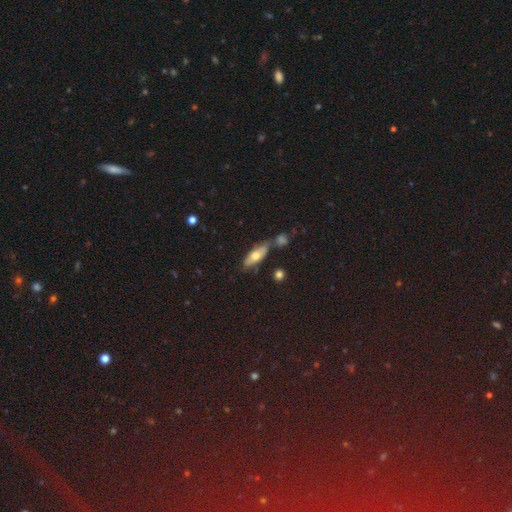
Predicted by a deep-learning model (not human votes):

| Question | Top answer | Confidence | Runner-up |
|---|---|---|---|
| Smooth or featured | smooth | 57% | featured or disk (34%) |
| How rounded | in between | 64% | cigar-shaped (33%) |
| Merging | none | 58% | minor disturbance (19%) |